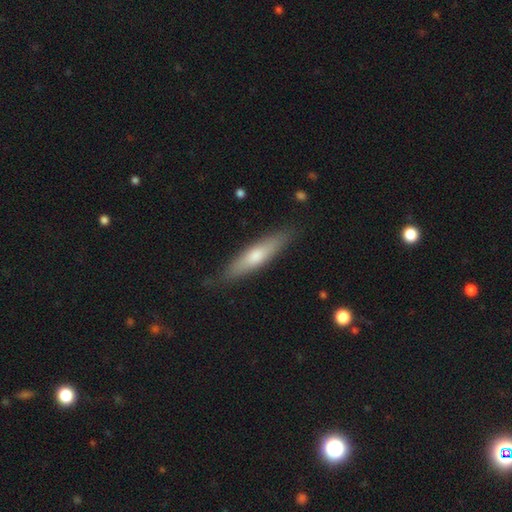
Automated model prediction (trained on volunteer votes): A smooth galaxy with no disk features (59%) that is cigar-shaped (78%). Merging: none (83%).